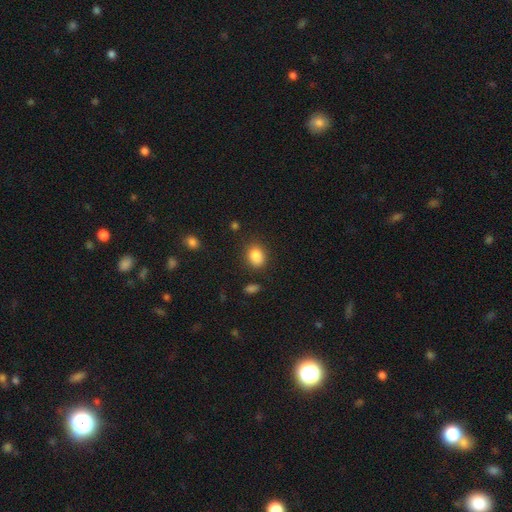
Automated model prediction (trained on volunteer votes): This is clearly a smooth galaxy (86%). How rounded: possibly in between (51%). Merging: clearly none (80%).